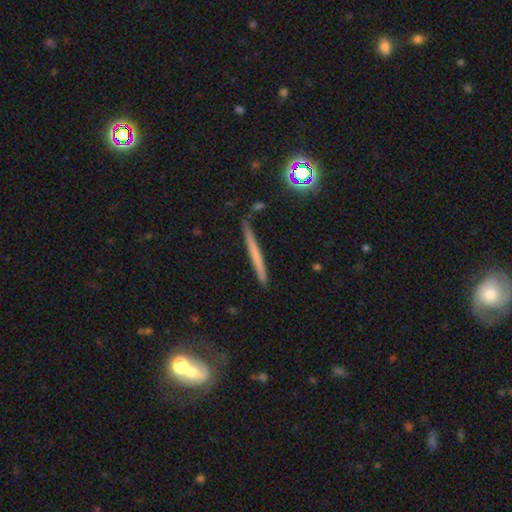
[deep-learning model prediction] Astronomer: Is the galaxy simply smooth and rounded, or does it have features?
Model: smooth — 49% (runner-up: featured or disk, 42%).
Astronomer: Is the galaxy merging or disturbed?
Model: none — 86%.